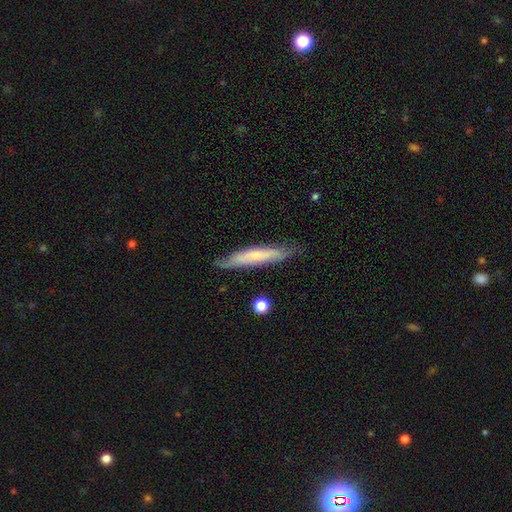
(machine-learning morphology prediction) featured or disk 50%, smooth 44%, star or artifact 6%. Down the decision tree: merging — none (76%).